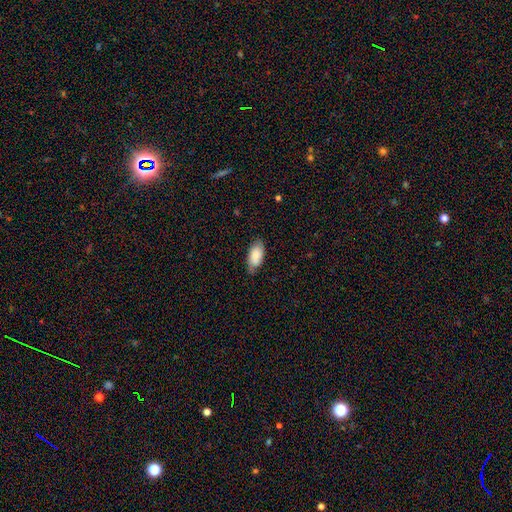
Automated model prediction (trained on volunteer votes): smooth-or-featured: smooth: 81% | featured or disk: 13% | star or artifact: 6%
  how-rounded: in between: 91% | cigar-shaped: 6% | round: 2%
  merging: none: 72% | minor disturbance: 23% | major disturbance: 4% | merger: 1%